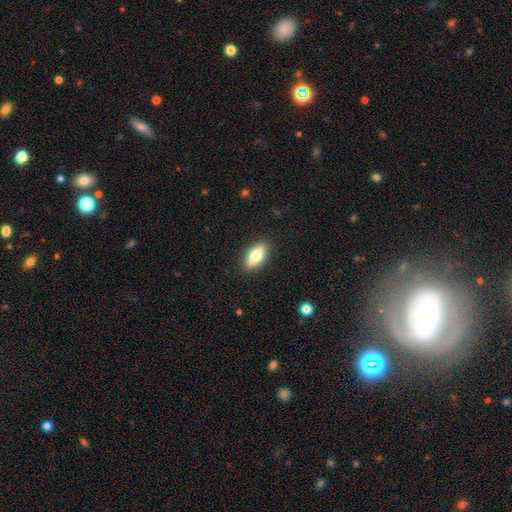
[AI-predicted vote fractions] Q: Smooth or featured?
A: smooth (68%); runner-up: featured or disk (25%)
Q: How rounded?
A: in between (73%); runner-up: cigar-shaped (24%)
Q: Merging?
A: none (88%); runner-up: minor disturbance (9%)